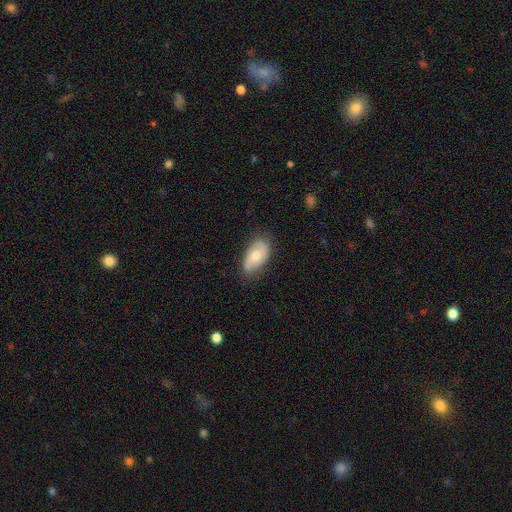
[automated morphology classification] Q: Smooth or featured?
A: smooth (49%); runner-up: featured or disk (44%)
Q: Merging?
A: none (71%); runner-up: minor disturbance (23%)